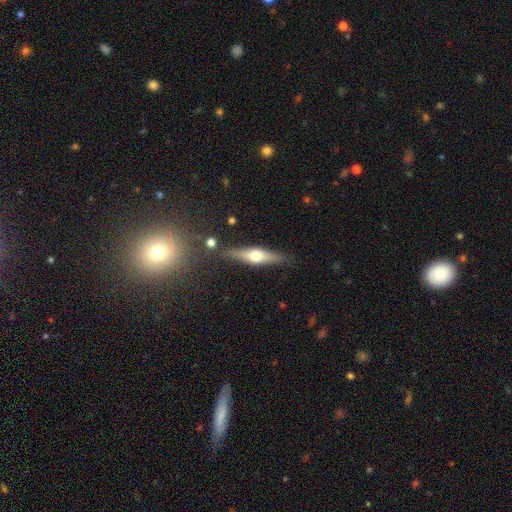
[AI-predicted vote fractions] smooth_or_featured: featured or disk (p=0.61) [alt: smooth p=0.33]
disk_edge_on: yes (p=0.94) [alt: no p=0.06]
edge_on_bulge: rounded (p=0.93) [alt: boxy p=0.04]
merging: none (p=0.84) [alt: minor disturbance p=0.10]